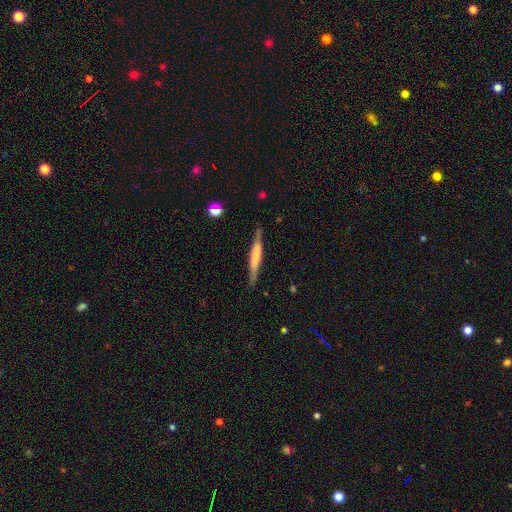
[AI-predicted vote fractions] Smooth or featured: smooth — 50% (featured or disk — 45%)
Merging: none — 83% (minor disturbance — 13%)